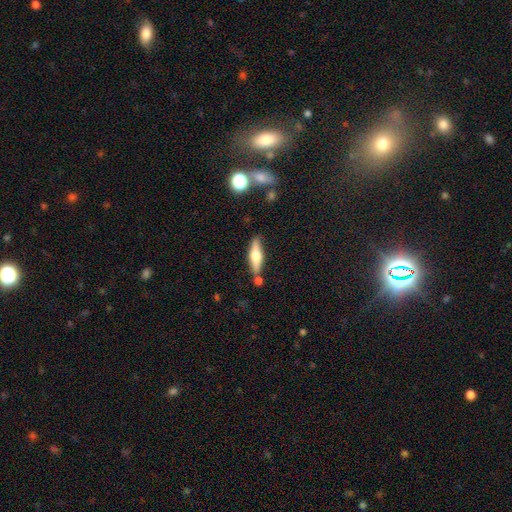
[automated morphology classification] smooth-or-featured: featured or disk: 48% | smooth: 45% | star or artifact: 7%
  merging: none: 76% | minor disturbance: 13% | merger: 8% | major disturbance: 3%